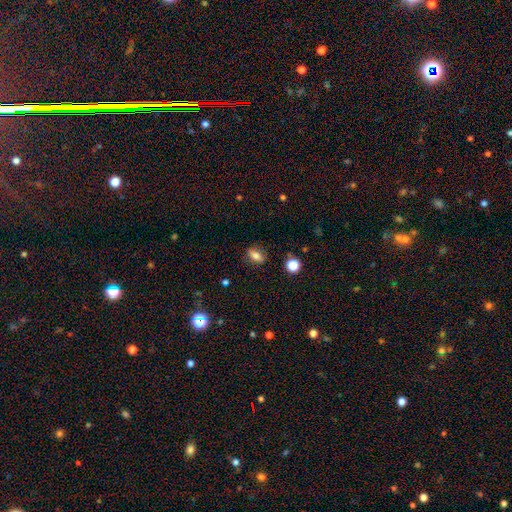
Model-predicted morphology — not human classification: Smooth or featured?
  - smooth: 73% *
  - featured or disk: 17%
  - star or artifact: 11%
How rounded?
  - in between: 74% *
  - round: 16%
  - cigar-shaped: 10%
Merging?
  - none: 82% *
  - minor disturbance: 13%
  - major disturbance: 3%
  - merger: 2%